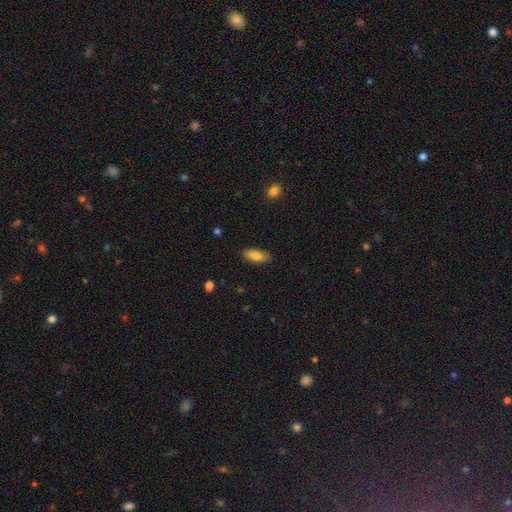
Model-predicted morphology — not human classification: smooth 82%, featured or disk 11%, star or artifact 7%. Down the decision tree: how rounded — in between (83%); merging — none (86%).